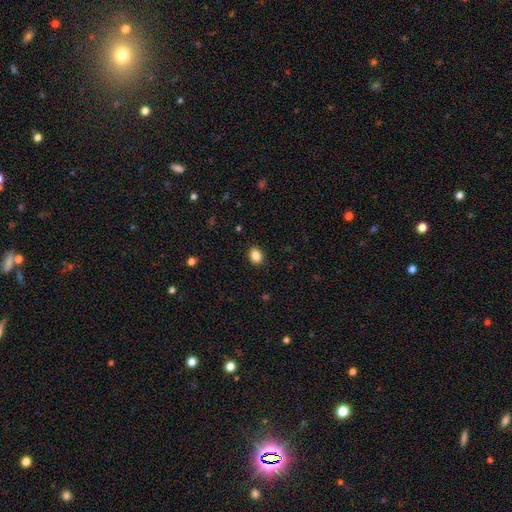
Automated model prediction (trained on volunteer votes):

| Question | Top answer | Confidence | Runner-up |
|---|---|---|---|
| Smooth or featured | smooth | 87% | star or artifact (9%) |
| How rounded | in between | 61% | round (38%) |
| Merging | none | 90% | minor disturbance (7%) |